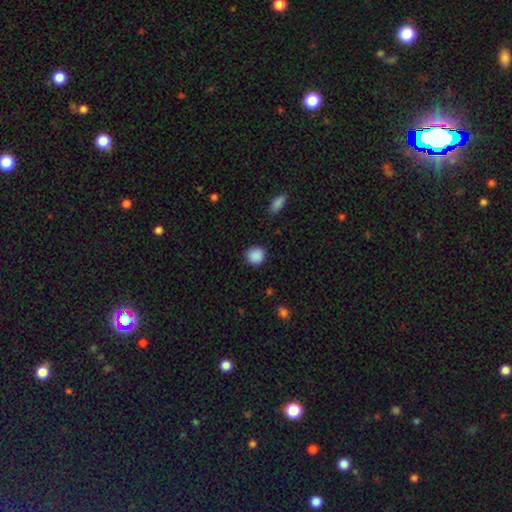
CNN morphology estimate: smooth 89%, star or artifact 8%, featured or disk 3%. Down the decision tree: how rounded — round (90%); merging — none (89%).